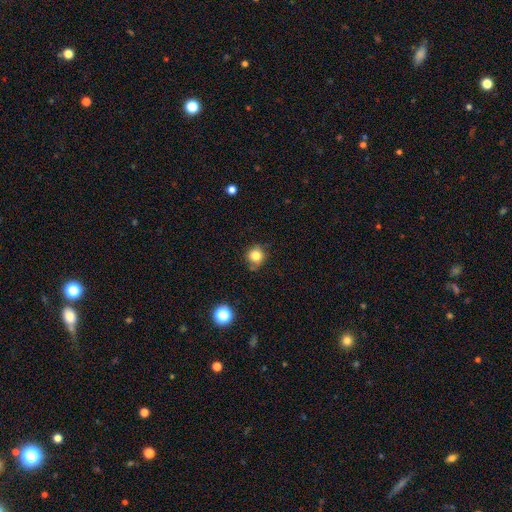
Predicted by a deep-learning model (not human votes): A smooth galaxy with no disk features (81%) that is round (88%). Merging: none (73%).